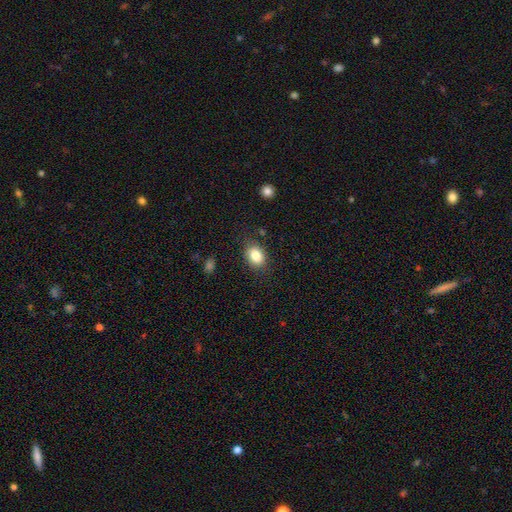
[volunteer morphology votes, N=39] This is clearly a smooth galaxy (90%). How rounded: likely in between (66%). Merging: clearly none (84%).